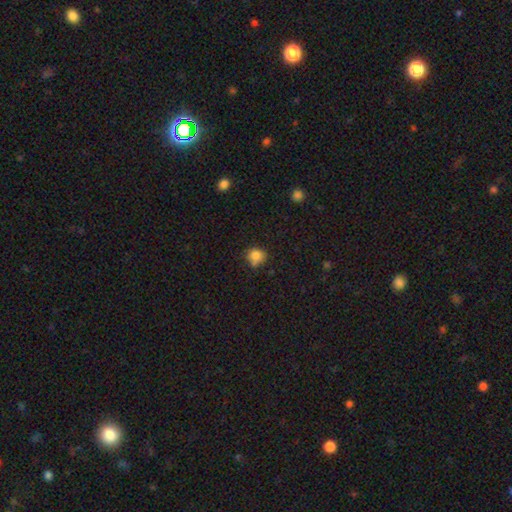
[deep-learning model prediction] This is clearly a smooth galaxy (81%). How rounded: likely round (77%). Merging: possibly none (59%).